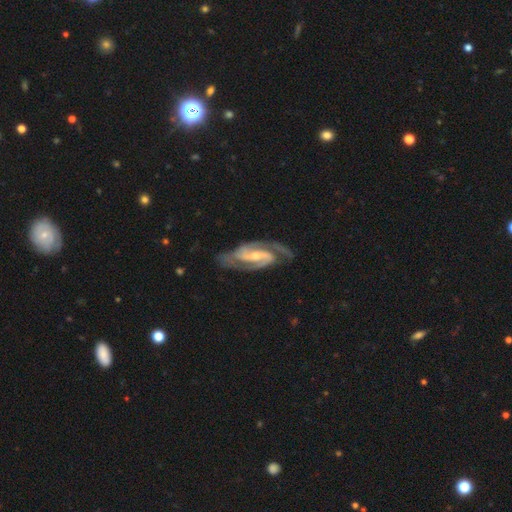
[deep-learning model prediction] Smooth or featured: featured or disk — 92% (smooth — 4%)
Edge-on disk: no — 96% (yes — 4%)
Bar: weak — 42% (strong — 34%)
Spiral arms: yes — 98% (no — 2%)
Spiral winding: medium — 54% (tight — 34%)
Spiral arm count: 2 — 85% (3 — 8%)
Bulge size: small — 50% (moderate — 45%)
Merging: none — 73% (minor disturbance — 18%)